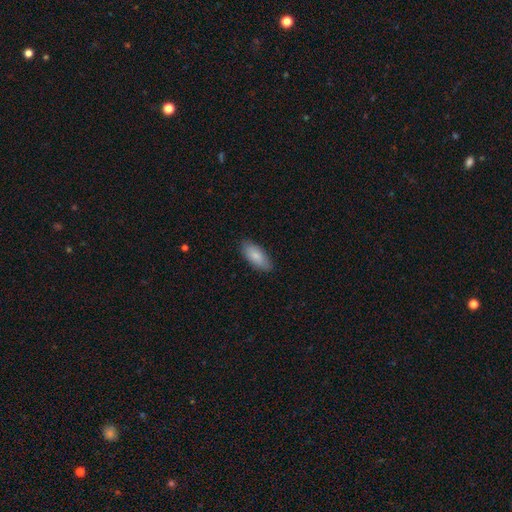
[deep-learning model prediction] Morphology: type=smooth (85%); roundness=in between (87%); merging=none (85%).